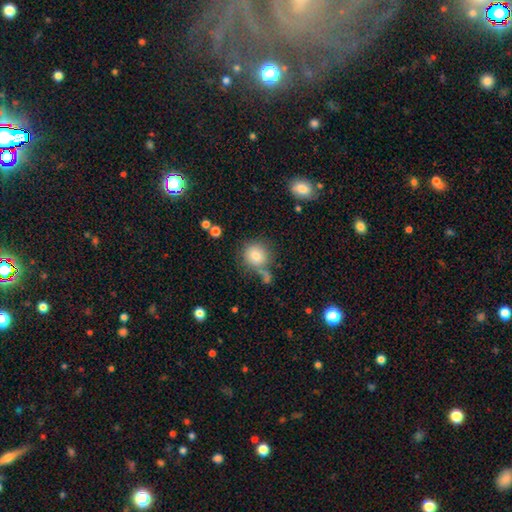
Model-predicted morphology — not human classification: A smooth galaxy with no disk features (80%) that is round (90%).

Vote fractions:
- Smooth or featured? smooth: 80% / star or artifact: 10% / featured or disk: 9%
- How rounded? round: 90% / in between: 9% / cigar-shaped: 1%
- Merging? none: 65% / minor disturbance: 14% / merger: 14% / major disturbance: 6%